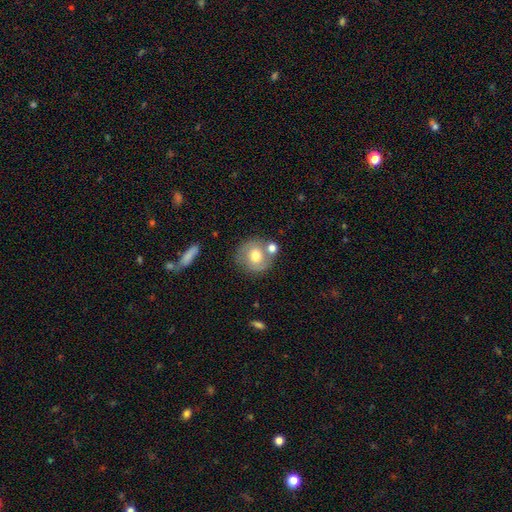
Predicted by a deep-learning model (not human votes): This is possibly a smooth galaxy (56%). How rounded: clearly round (86%). Merging: likely none (62%).